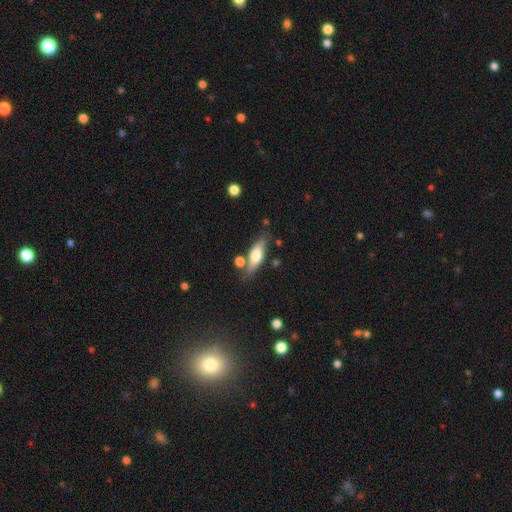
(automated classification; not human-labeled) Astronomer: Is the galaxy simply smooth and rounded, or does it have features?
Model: smooth — 60%.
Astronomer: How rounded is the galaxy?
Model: in between — 58% (runner-up: cigar-shaped, 39%).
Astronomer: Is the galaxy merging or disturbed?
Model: none — 71%.